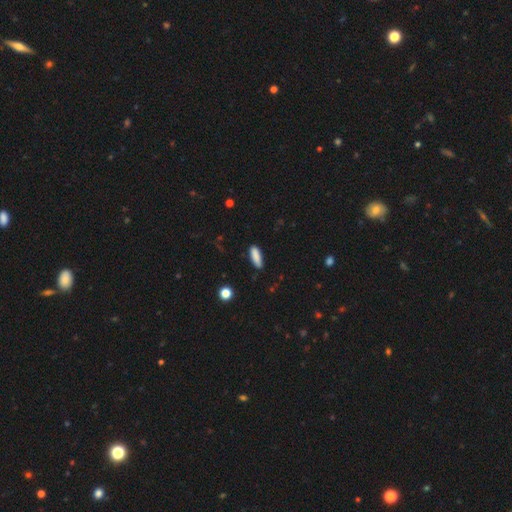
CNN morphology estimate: The model was most divided on "how rounded": in between: 52%, cigar-shaped: 46%, round: 2%. More confident: smooth or featured — smooth (87%); merging — none (83%).